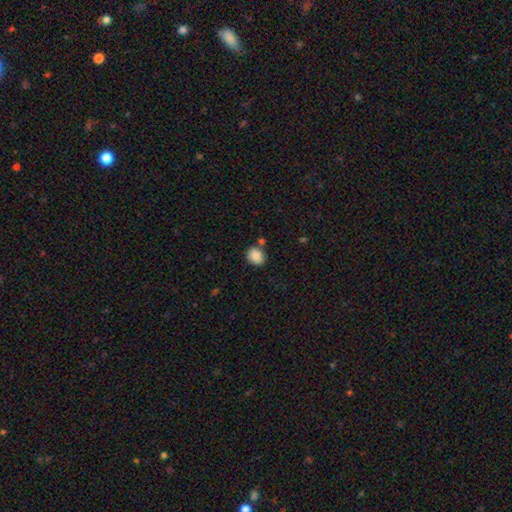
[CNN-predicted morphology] This is clearly a smooth galaxy (87%). How rounded: possibly round (59%). Merging: likely none (74%).